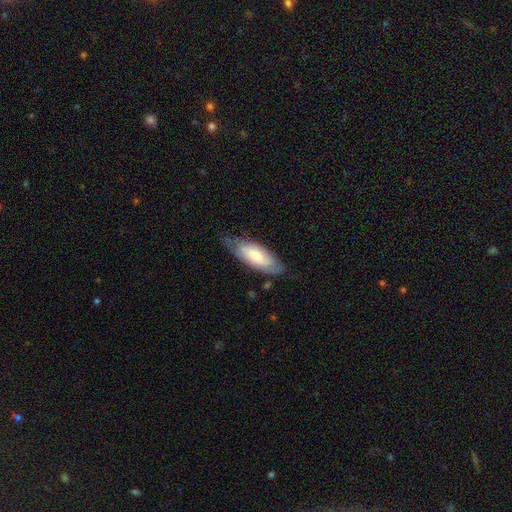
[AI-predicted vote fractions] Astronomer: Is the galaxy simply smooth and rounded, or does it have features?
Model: smooth — 65%.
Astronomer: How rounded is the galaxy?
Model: in between — 76%.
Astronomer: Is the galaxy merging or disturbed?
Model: none — 62%.